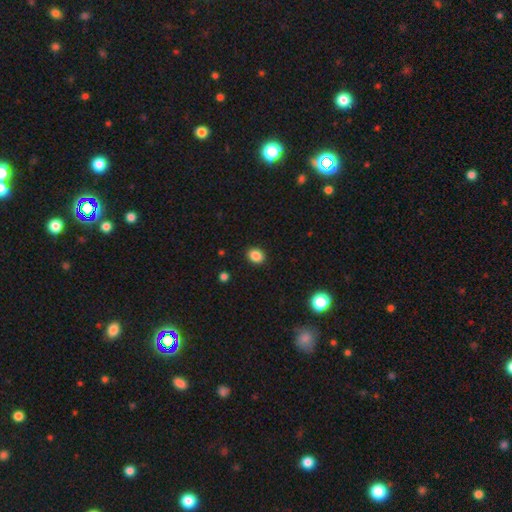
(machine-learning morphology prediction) This appears to be a smooth galaxy with no disk features (86%) that is round (51%). Merging: none (90%).